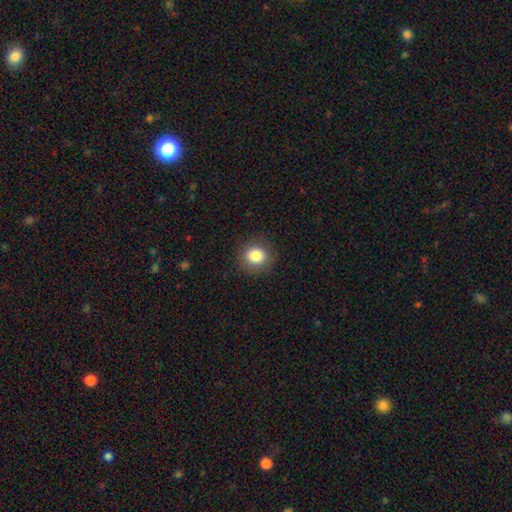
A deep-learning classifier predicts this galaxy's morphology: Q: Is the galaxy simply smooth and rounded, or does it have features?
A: smooth — 83%.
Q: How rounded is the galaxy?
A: round — 86%.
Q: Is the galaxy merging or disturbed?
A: none — 89%.